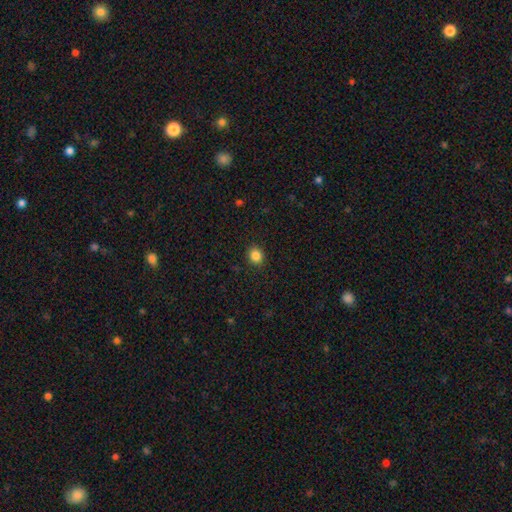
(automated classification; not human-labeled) Smooth or featured: smooth — 85% (star or artifact — 11%)
How rounded: round — 73% (in between — 26%)
Merging: none — 90% (minor disturbance — 7%)